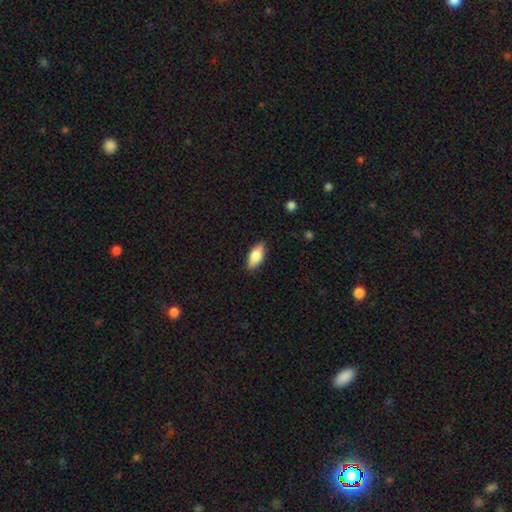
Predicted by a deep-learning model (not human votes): smooth-or-featured: smooth: 74% | featured or disk: 19% | star or artifact: 6%
  how-rounded: in between: 83% | cigar-shaped: 14% | round: 3%
  merging: none: 85% | minor disturbance: 12% | major disturbance: 2% | merger: 1%